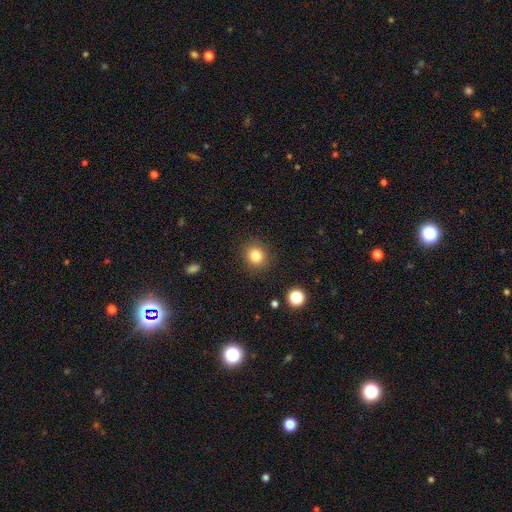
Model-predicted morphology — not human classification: type=smooth (83%); roundness=round (85%); merging=none (90%).